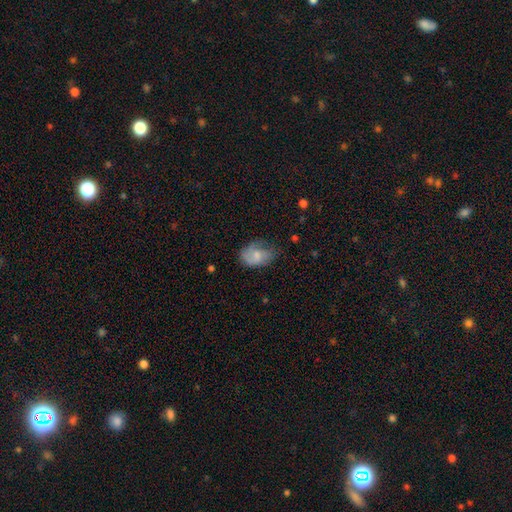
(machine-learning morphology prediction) A smooth galaxy with no disk features (63%) that is in between round and cigar-shaped (80%). Merging: none (45%).